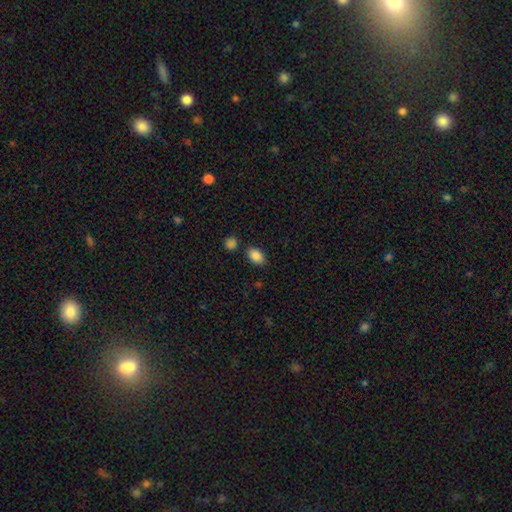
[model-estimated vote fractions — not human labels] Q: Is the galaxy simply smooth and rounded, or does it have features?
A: smooth — 87%.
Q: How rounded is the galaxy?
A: in between — 87%.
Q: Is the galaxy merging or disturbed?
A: none — 79%.